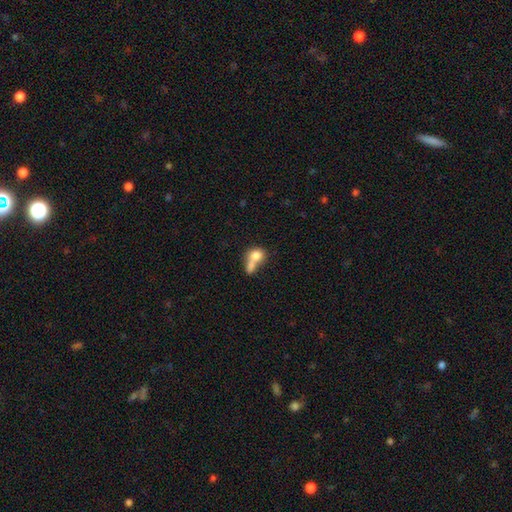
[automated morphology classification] A smooth galaxy with no disk features (72%) that is round (56%).

Vote fractions:
- Smooth or featured? smooth: 72% / featured or disk: 19% / star or artifact: 10%
- How rounded? round: 56% / in between: 41% / cigar-shaped: 3%
- Merging? merger: 63% / none: 22% / minor disturbance: 8% / major disturbance: 7%